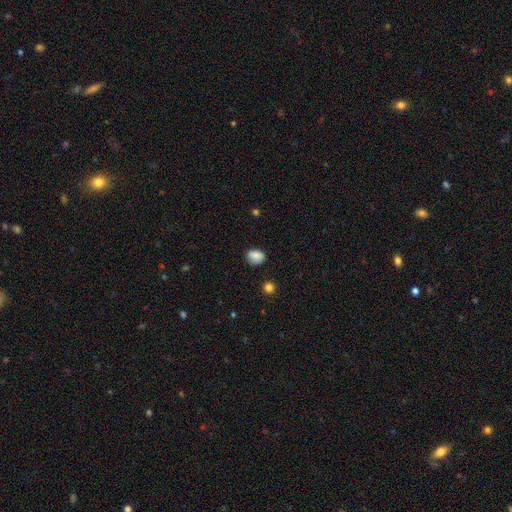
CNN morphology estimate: smooth-or-featured: smooth: 85% | star or artifact: 9% | featured or disk: 6%
  how-rounded: in between: 56% | round: 42% | cigar-shaped: 1%
  merging: none: 75% | minor disturbance: 20% | major disturbance: 4% | merger: 2%